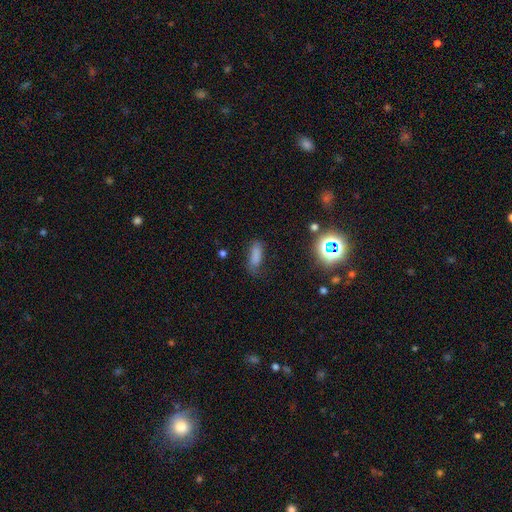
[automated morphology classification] smooth_or_featured: smooth (p=0.76) [alt: star or artifact p=0.15]
how_rounded: in between (p=0.70) [alt: cigar-shaped p=0.27]
merging: none (p=0.62) [alt: minor disturbance p=0.26]